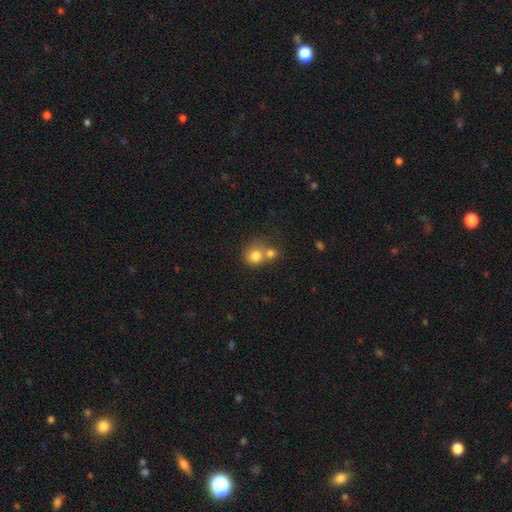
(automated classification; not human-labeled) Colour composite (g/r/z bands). It shows a smooth galaxy with no disk features (78%) that is round (78%). Merging: merger (52%).